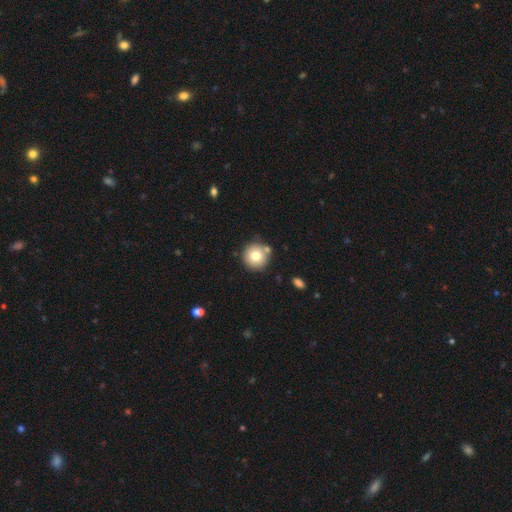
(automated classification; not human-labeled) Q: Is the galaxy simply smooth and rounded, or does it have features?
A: smooth — 75%.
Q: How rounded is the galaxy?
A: round — 95%.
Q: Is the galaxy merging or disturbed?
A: none — 77%.